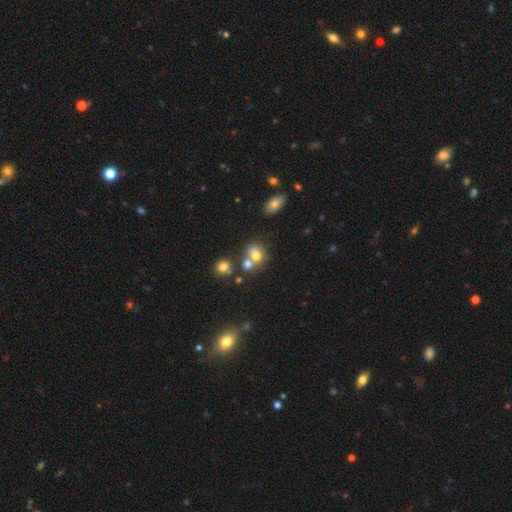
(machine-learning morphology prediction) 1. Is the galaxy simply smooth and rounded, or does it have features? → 67% smooth, 18% featured or disk, 15% star or artifact.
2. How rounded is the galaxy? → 61% round, 38% in between, 1% cigar-shaped.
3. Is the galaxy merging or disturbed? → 48% merger, 36% none, 11% minor disturbance, 5% major disturbance.